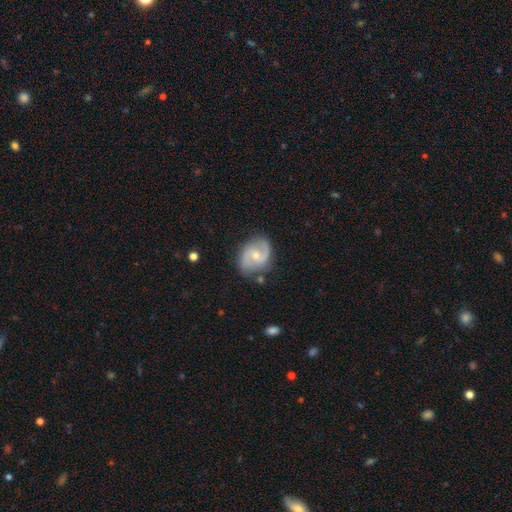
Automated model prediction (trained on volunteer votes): A featured or disk galaxy (80%) with no bar (50%), 2 (90%) medium (53%) spiral arms (95%) and a moderate central bulge (49%).

Vote fractions:
- Smooth or featured? featured or disk: 80% / smooth: 14% / star or artifact: 5%
- Edge-on disk? no: 98% / yes: 2%
- Bar? no: 50% / weak: 43% / strong: 8%
- Spiral arms? yes: 95% / no: 5%
- Spiral winding? medium: 53% / loose: 28% / tight: 19%
- Spiral arm count? 2: 90% / can't tell: 4% / 1: 3% / 3: 1% / 4: 1% / more than 4: 1%
- Bulge size? moderate: 49% / small: 47% / none: 2% / large: 2% / dominant: 1%
- Merging? none: 76% / minor disturbance: 17% / major disturbance: 5% / merger: 2%